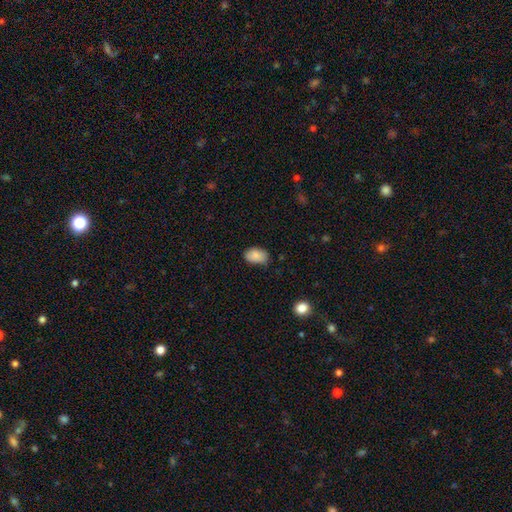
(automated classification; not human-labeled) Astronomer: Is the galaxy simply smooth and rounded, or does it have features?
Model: smooth — 87%.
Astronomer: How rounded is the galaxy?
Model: in between — 88%.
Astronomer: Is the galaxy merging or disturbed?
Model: none — 70%.